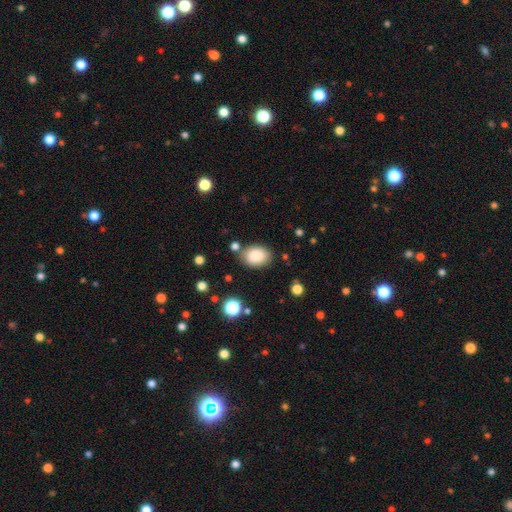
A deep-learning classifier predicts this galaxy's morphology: A smooth galaxy with no disk features (86%) that is in between round and cigar-shaped (77%). Merging: none (77%).